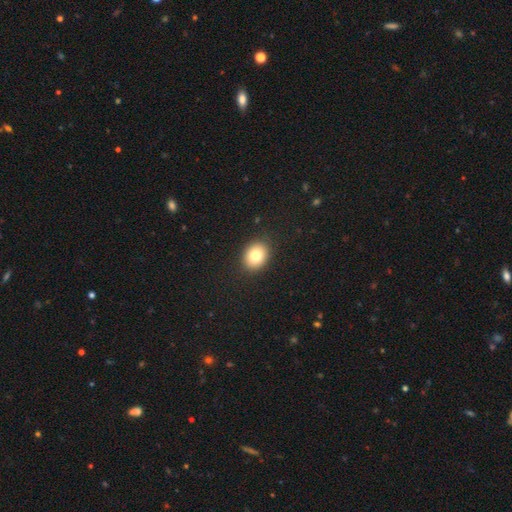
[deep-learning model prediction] Smooth or featured: smooth — 80% (featured or disk — 11%)
How rounded: in between — 54% (round — 45%)
Merging: none — 89% (minor disturbance — 8%)